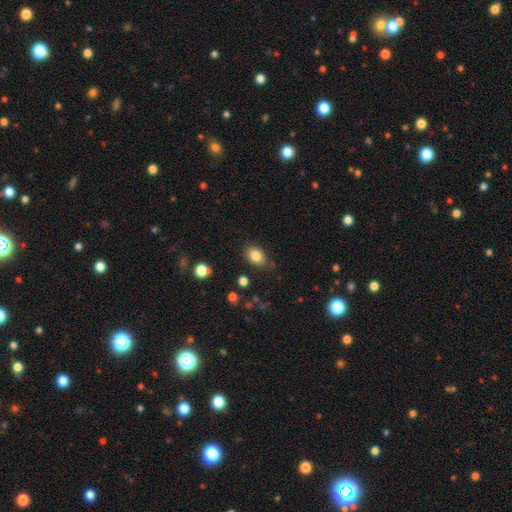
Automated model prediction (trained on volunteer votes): This appears to be a smooth galaxy with no disk features (83%) that is in between round and cigar-shaped (75%). Merging: none (76%).